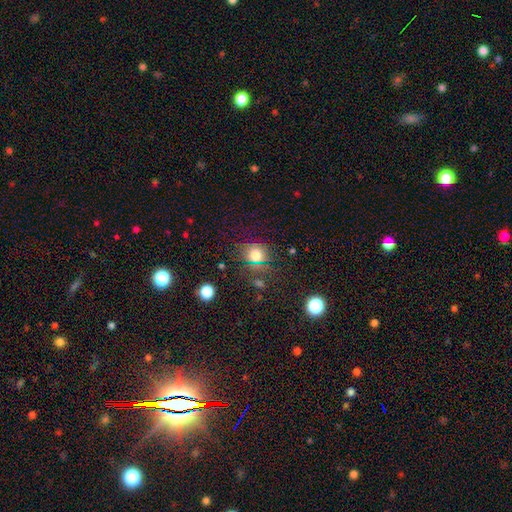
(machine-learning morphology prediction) Smooth or featured? smooth (70%)
How rounded? round (83%)
Merging? none (77%)